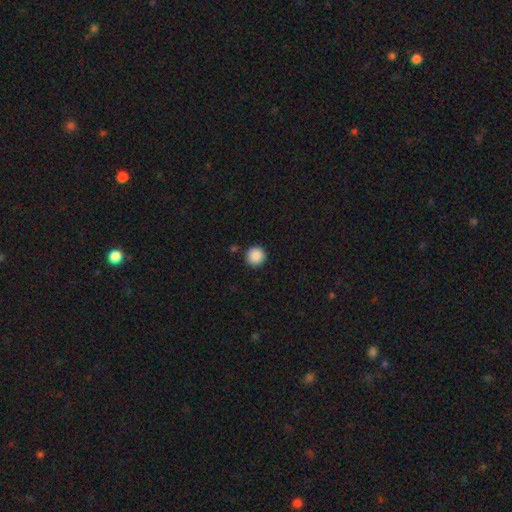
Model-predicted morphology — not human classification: type=smooth (89%); roundness=round (96%); merging=none (92%).